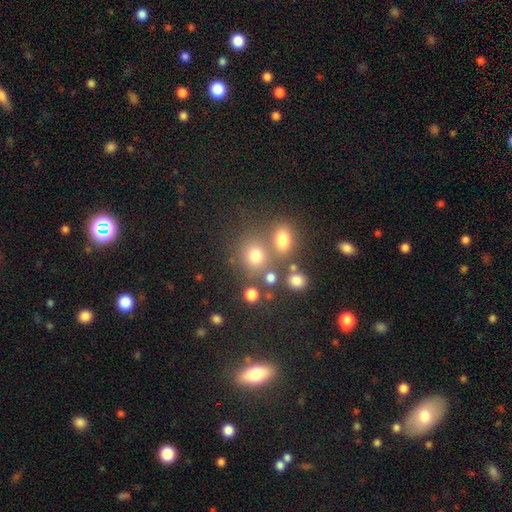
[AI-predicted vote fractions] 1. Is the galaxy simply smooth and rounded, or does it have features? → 71% smooth, 18% star or artifact, 11% featured or disk.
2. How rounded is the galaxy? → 74% round, 24% in between, 1% cigar-shaped.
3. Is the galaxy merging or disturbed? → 56% none, 28% merger, 10% minor disturbance, 5% major disturbance.